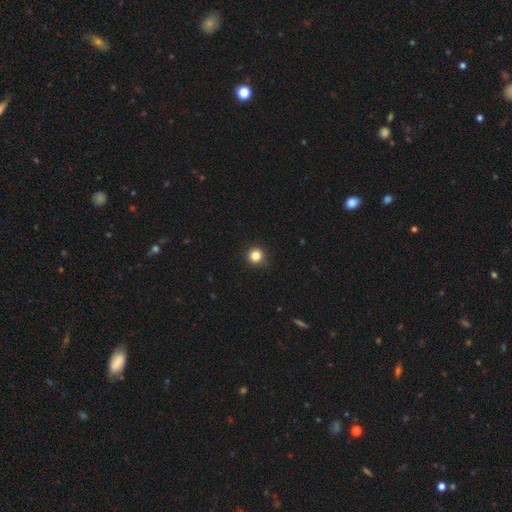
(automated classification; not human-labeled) smooth-or-featured: smooth: 83% | star or artifact: 12% | featured or disk: 5%
  how-rounded: round: 95% | in between: 4% | cigar-shaped: 1%
  merging: none: 89% | minor disturbance: 8% | major disturbance: 2% | merger: 1%